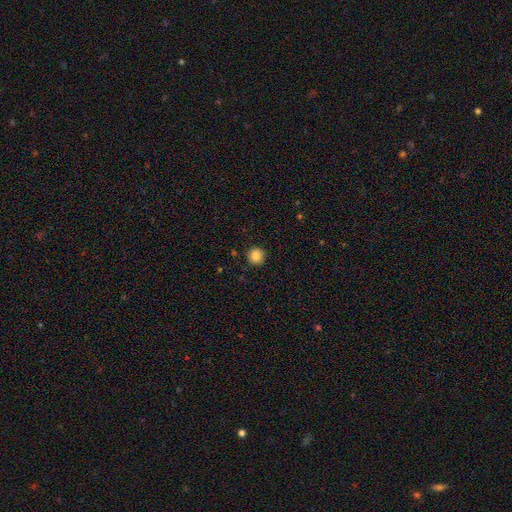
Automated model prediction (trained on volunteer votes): A smooth galaxy with no disk features (86%) that is round (94%). Merging: none (92%).